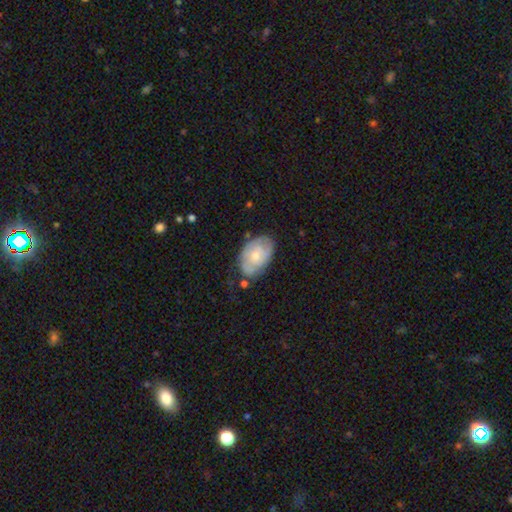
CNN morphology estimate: type=smooth (47%, tied with featured or disk); merging=none (63%).